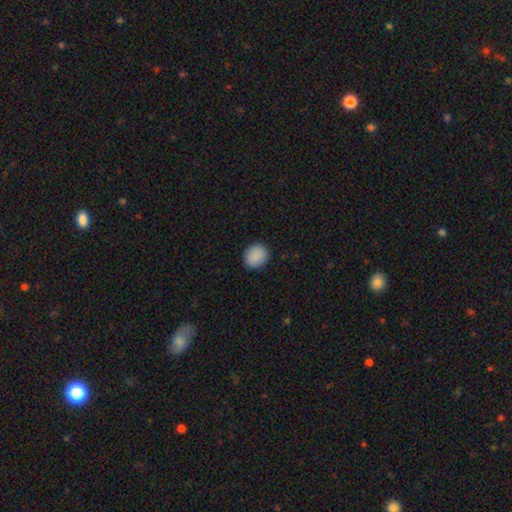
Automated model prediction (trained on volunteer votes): Morphology: type=smooth (90%); roundness=round (74%); merging=none (91%).